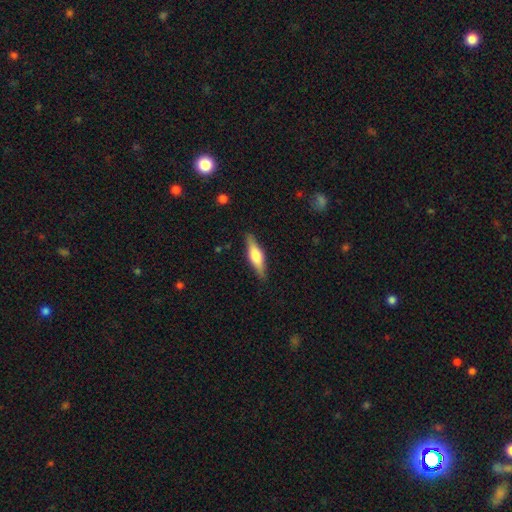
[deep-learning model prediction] This appears to be a smooth galaxy with no disk features (47%, tied with featured or disk). Merging: none (87%).